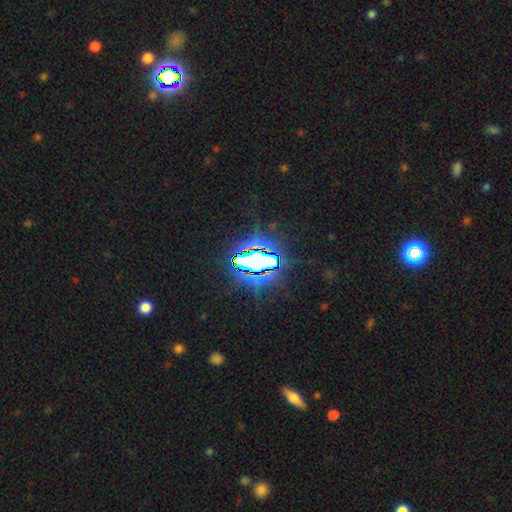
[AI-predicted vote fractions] smooth-or-featured: star or artifact: 84% | smooth: 9% | featured or disk: 7%